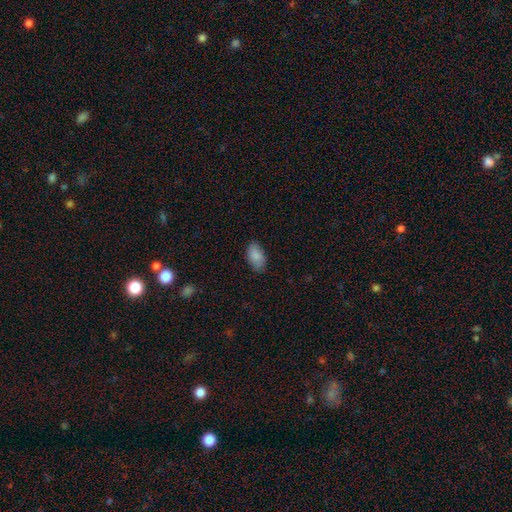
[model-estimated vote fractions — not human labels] Smooth or featured? smooth (87%)
How rounded? in between (94%)
Merging? none (80%)